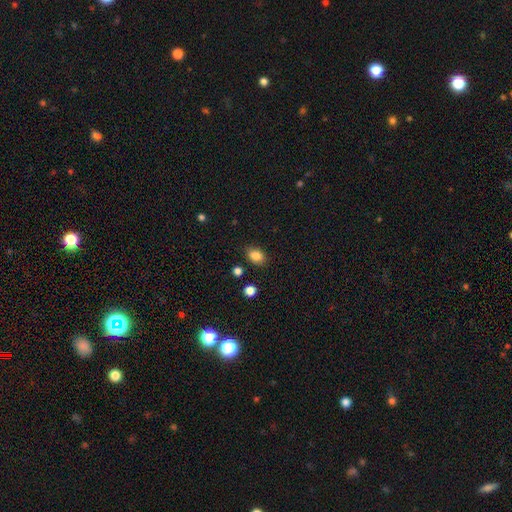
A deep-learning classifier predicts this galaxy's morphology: Smooth or featured? smooth (85%)
How rounded? in between (74%)
Merging? none (84%)